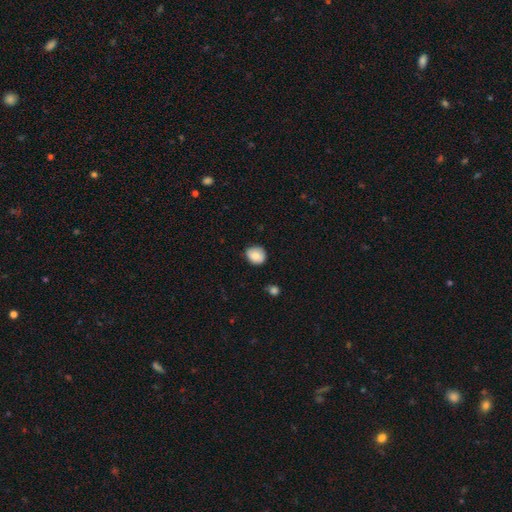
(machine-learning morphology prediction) Smooth or featured: smooth — 84% (star or artifact — 8%)
How rounded: round — 70% (in between — 29%)
Merging: none — 77% (minor disturbance — 19%)